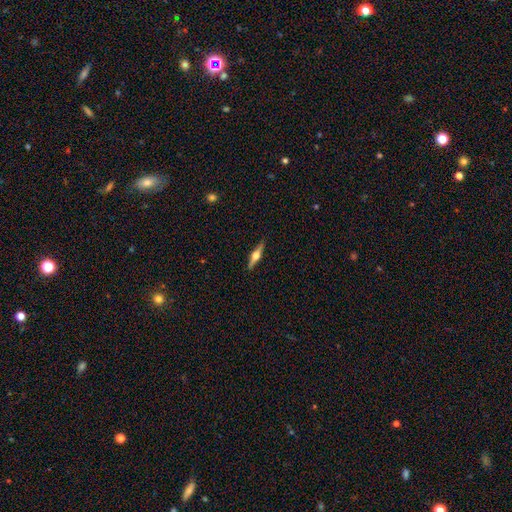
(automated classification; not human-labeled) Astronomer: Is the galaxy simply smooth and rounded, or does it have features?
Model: featured or disk — 71%.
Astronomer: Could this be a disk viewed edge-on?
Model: yes — 97%.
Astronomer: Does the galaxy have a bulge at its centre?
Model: rounded — 94%.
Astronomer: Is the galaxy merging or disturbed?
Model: none — 90%.